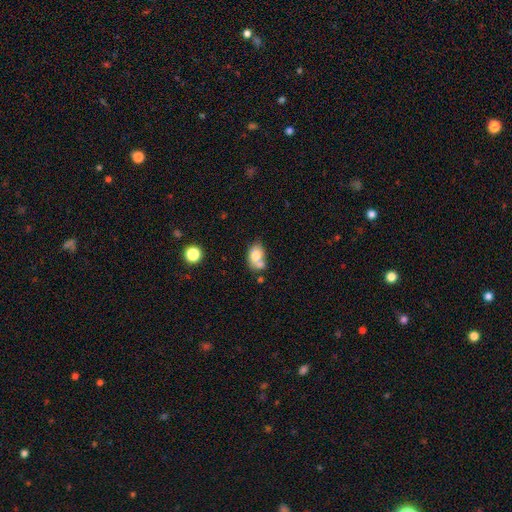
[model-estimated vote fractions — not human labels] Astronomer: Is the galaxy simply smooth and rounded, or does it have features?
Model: smooth — 74%.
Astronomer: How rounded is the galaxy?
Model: in between — 77%.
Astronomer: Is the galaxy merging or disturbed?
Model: none — 39% (runner-up: merger, 36%).